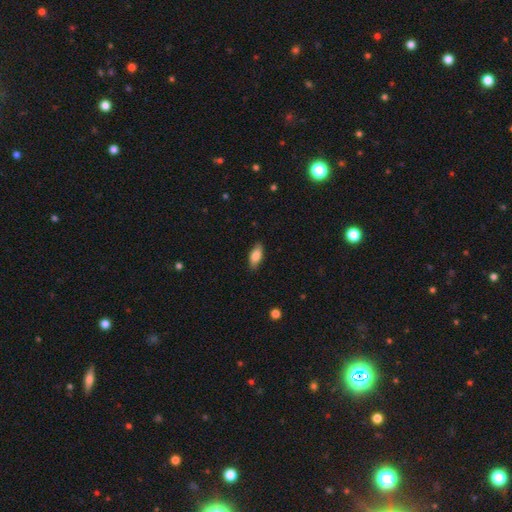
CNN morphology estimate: This is clearly a smooth galaxy (83%). How rounded: clearly in between (83%). Merging: clearly none (86%).